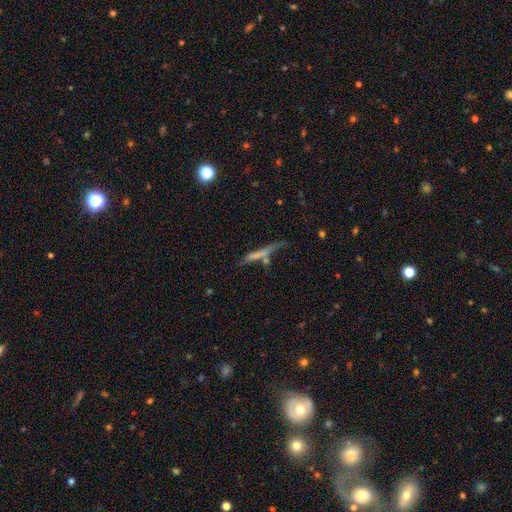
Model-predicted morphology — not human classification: Smooth or featured? Predicted: smooth (p=0.49). Merging? Predicted: none (p=0.65).